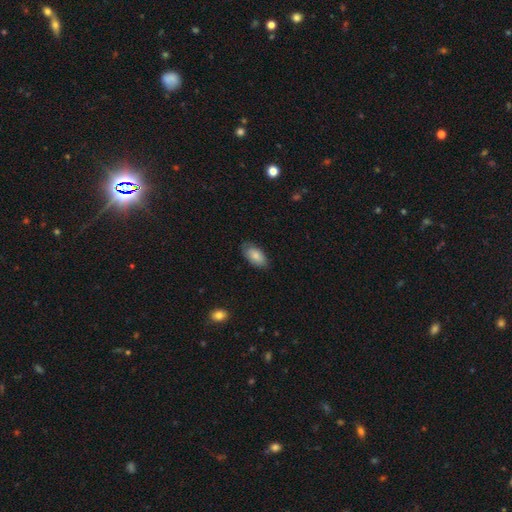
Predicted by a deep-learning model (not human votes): This appears to be a smooth galaxy with no disk features (83%) that is in between round and cigar-shaped (94%). Merging: none (77%).